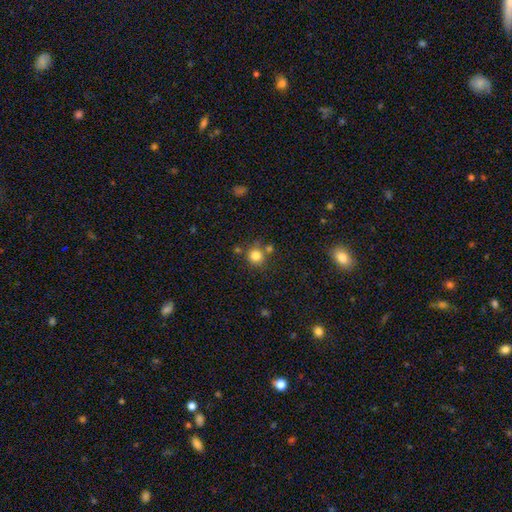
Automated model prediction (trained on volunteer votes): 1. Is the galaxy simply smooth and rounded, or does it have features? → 82% smooth, 12% star or artifact, 6% featured or disk.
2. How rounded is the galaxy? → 91% round, 8% in between, 1% cigar-shaped.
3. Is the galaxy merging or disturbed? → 69% none, 16% merger, 11% minor disturbance, 4% major disturbance.